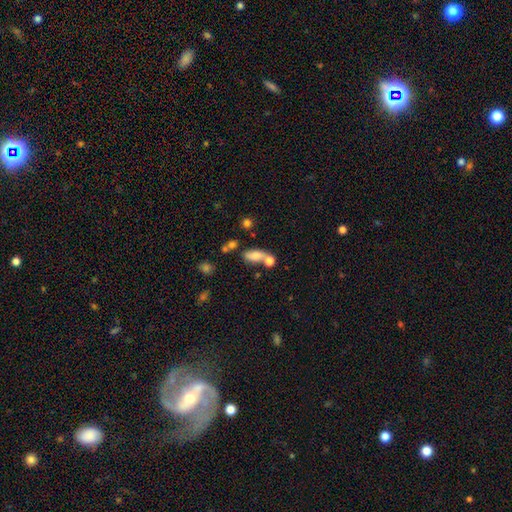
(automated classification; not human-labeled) Smooth or featured: smooth — 67% (featured or disk — 22%)
How rounded: in between — 76% (cigar-shaped — 13%)
Merging: none — 42% (merger — 36%)